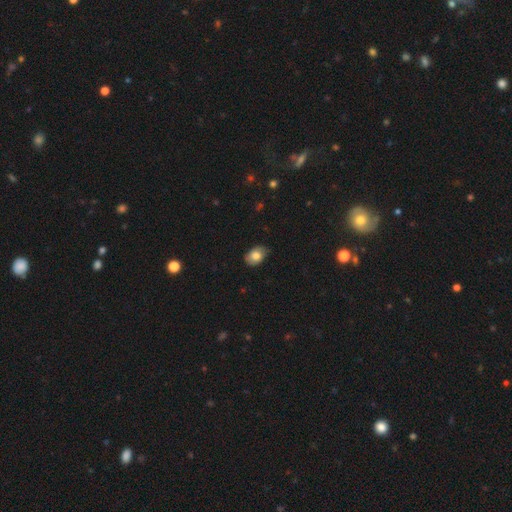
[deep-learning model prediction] Smooth or featured?
  - smooth: 79% *
  - featured or disk: 13%
  - star or artifact: 8%
How rounded?
  - in between: 82% *
  - round: 17%
  - cigar-shaped: 1%
Merging?
  - none: 78% *
  - minor disturbance: 18%
  - major disturbance: 3%
  - merger: 1%